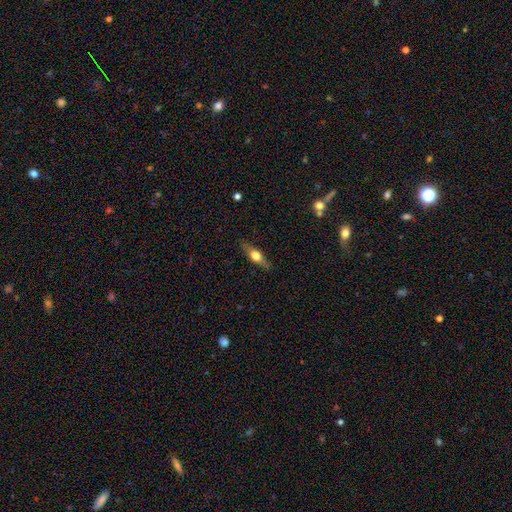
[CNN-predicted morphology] Overall: featured or disk (50%; smooth 43%). Merging: none (85%).